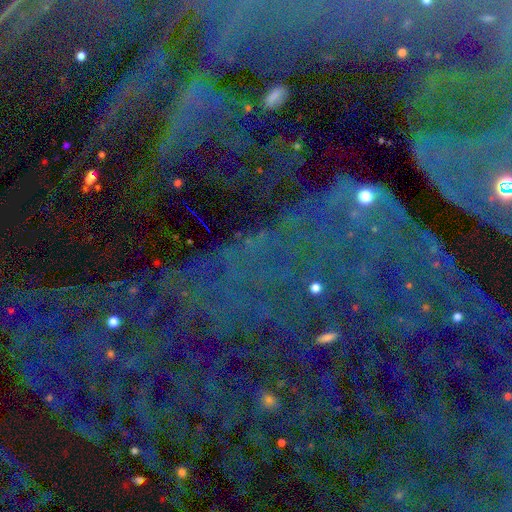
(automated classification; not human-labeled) Overall: star or artifact (82%).